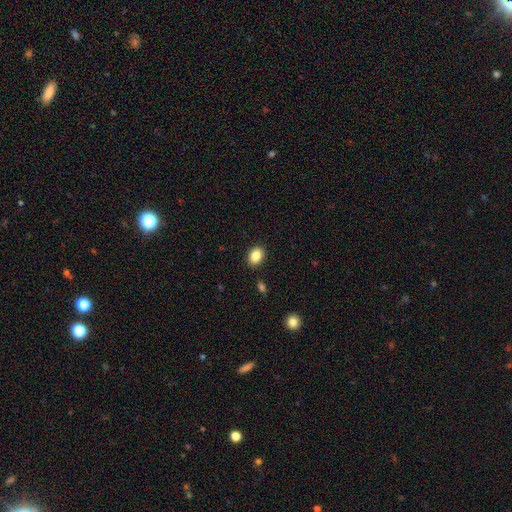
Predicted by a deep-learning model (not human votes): This is clearly a smooth galaxy (86%). How rounded: likely in between (70%). Merging: clearly none (89%).